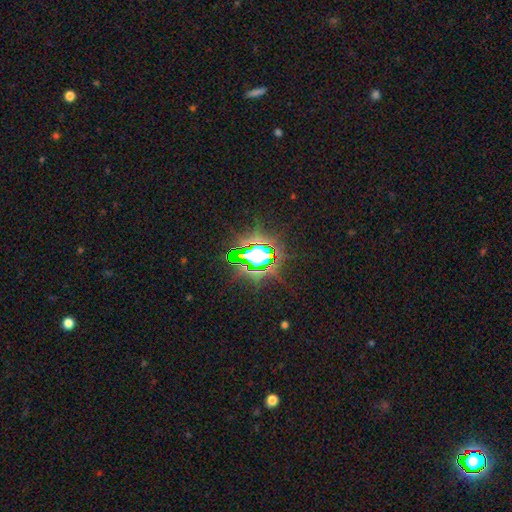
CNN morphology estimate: type=star or artifact (78%).